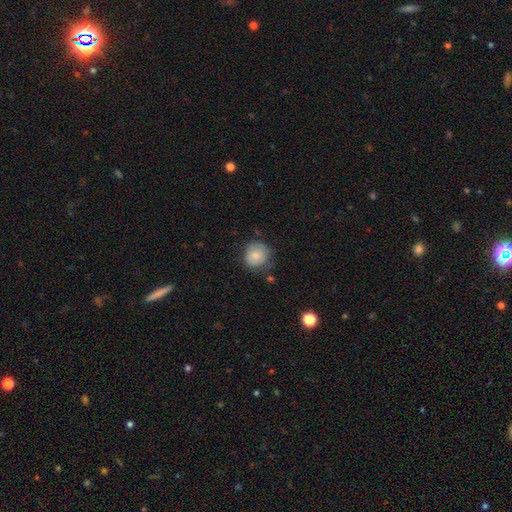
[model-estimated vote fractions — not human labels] Q: Smooth or featured?
A: smooth (79%); runner-up: featured or disk (13%)
Q: How rounded?
A: round (85%); runner-up: in between (14%)
Q: Merging?
A: none (66%); runner-up: minor disturbance (24%)